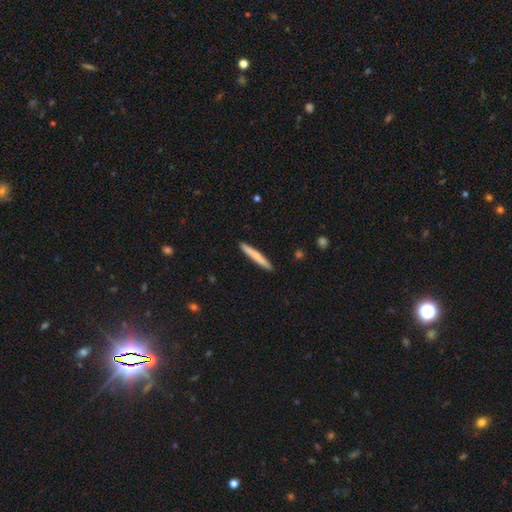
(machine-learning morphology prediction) A smooth galaxy with no disk features (71%) that is cigar-shaped (96%).

Vote fractions:
- Smooth or featured? smooth: 71% / featured or disk: 23% / star or artifact: 5%
- How rounded? cigar-shaped: 96% / in between: 3% / round: 1%
- Merging? none: 91% / minor disturbance: 6% / major disturbance: 1% / merger: 1%